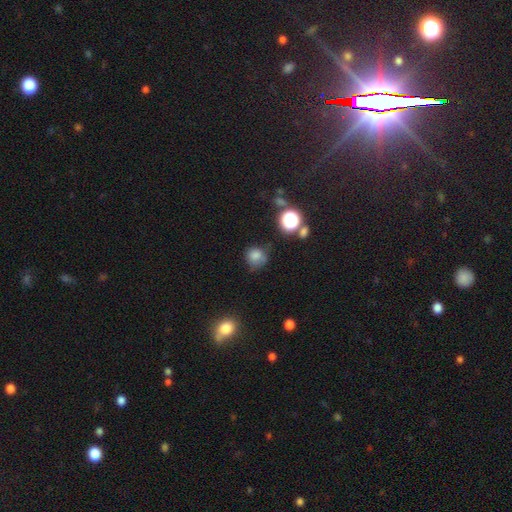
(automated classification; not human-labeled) Q: Smooth or featured?
A: smooth (76%); runner-up: star or artifact (16%)
Q: How rounded?
A: round (81%); runner-up: in between (18%)
Q: Merging?
A: none (59%); runner-up: minor disturbance (26%)